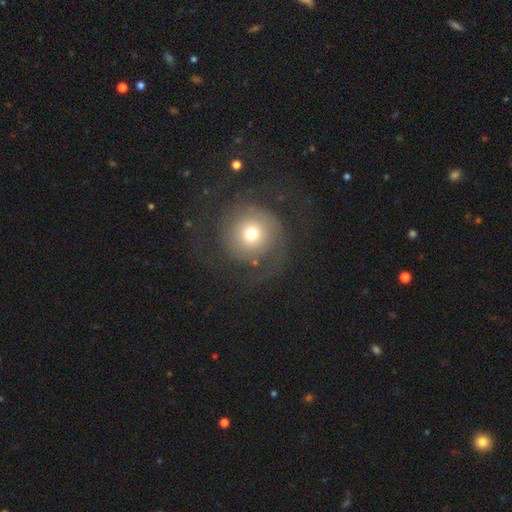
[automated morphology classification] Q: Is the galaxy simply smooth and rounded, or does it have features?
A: featured or disk — 65%.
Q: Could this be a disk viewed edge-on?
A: no — 97%.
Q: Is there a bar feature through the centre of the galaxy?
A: no — 81%.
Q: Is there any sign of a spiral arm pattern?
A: yes — 85%.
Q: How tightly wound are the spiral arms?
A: tight — 54%.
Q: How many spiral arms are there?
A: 2 — 52%.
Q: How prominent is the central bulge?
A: moderate — 57%.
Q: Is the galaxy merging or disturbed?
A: none — 74%.